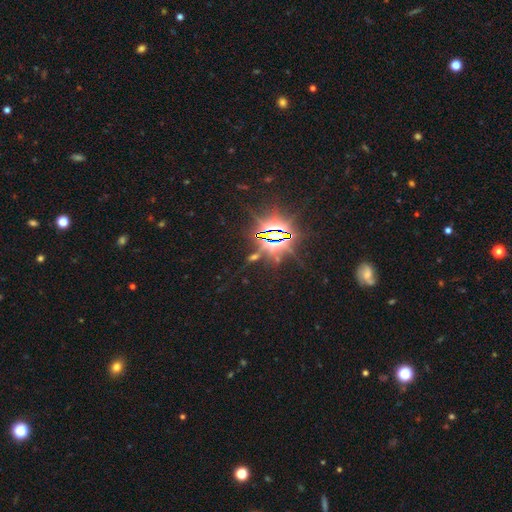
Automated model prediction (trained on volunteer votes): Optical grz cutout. It shows a star or artifact, not a galaxy (85%).